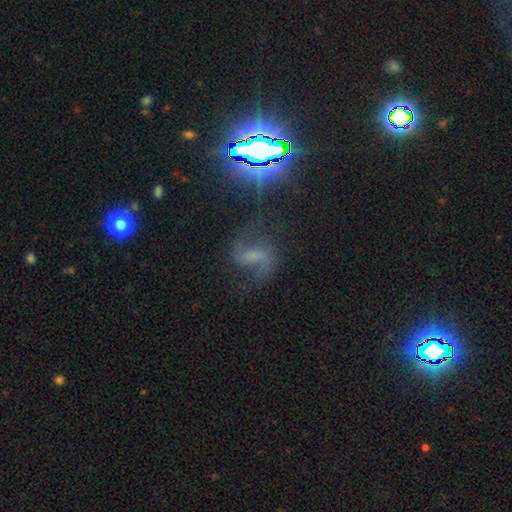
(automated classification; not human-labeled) Q: Smooth or featured?
A: featured or disk (65%); runner-up: star or artifact (21%)
Q: Edge-on disk?
A: no (96%); runner-up: yes (4%)
Q: Bar?
A: weak (39%); runner-up: strong (37%)
Q: Spiral arms?
A: yes (92%); runner-up: no (8%)
Q: Spiral winding?
A: loose (63%); runner-up: medium (30%)
Q: Spiral arm count?
A: 2 (86%); runner-up: 1 (6%)
Q: Bulge size?
A: none (48%); runner-up: small (27%)
Q: Merging?
A: none (64%); runner-up: major disturbance (17%)